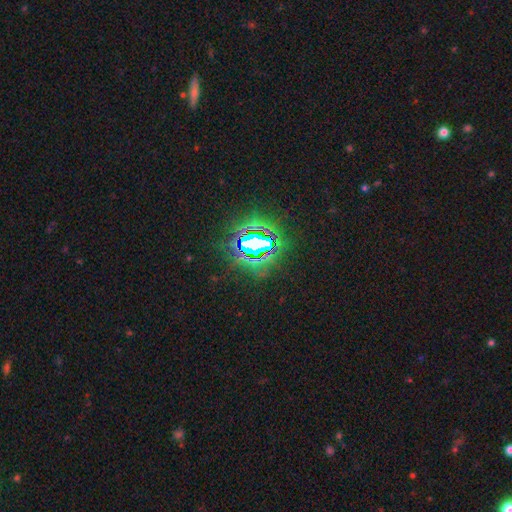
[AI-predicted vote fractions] The model was most divided on "smooth or featured": star or artifact: 83%, smooth: 10%, featured or disk: 7%.